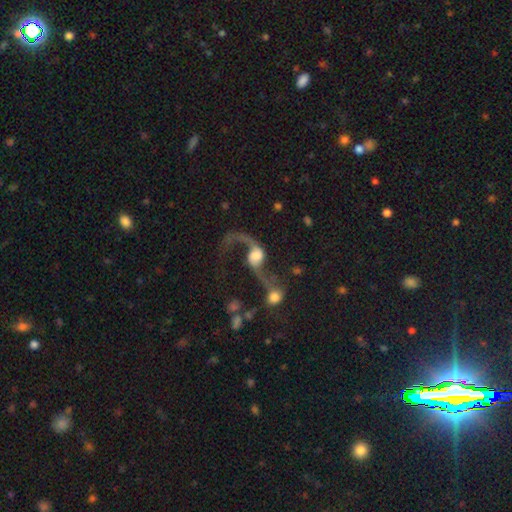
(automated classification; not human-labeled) This appears to be a featured or disk galaxy (83%) with no bar (55%), 2 (86%) loose (92%) spiral arms (93%) and a large central bulge (39%). Merging: none (35%).